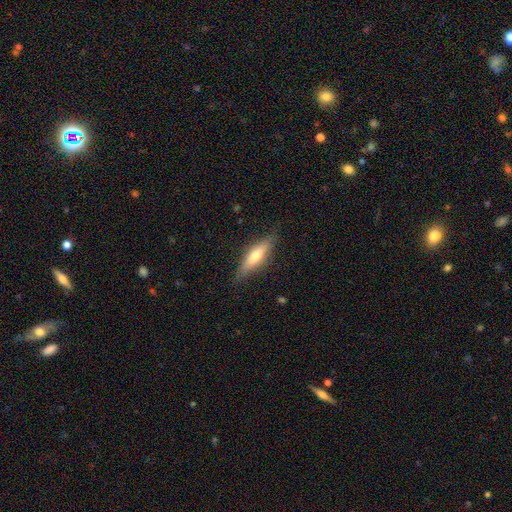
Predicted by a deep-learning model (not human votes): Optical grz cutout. It shows a featured or disk galaxy (48%). Merging: none (84%).